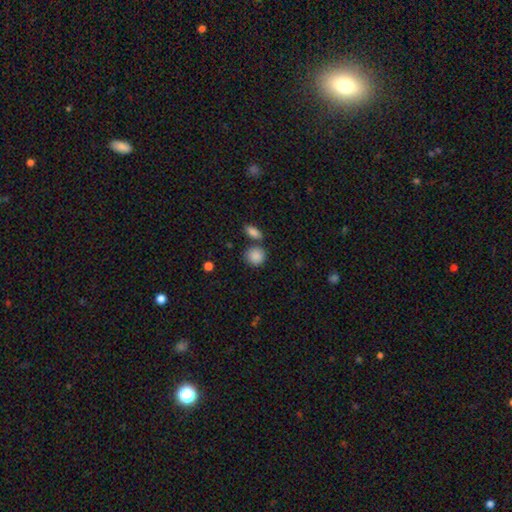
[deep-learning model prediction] smooth 88%, star or artifact 8%, featured or disk 5%. Down the decision tree: how rounded — round (81%); merging — none (69%).